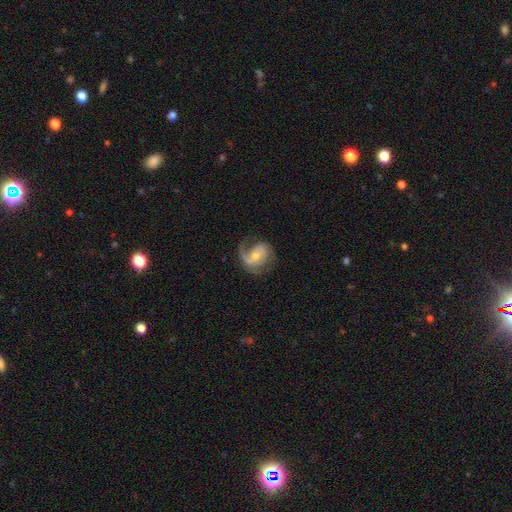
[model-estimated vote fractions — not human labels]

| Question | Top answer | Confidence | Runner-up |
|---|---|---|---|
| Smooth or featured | featured or disk | 79% | smooth (15%) |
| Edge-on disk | no | 98% | yes (2%) |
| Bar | no | 50% | weak (40%) |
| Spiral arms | yes | 94% | no (6%) |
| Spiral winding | medium | 46% | loose (30%) |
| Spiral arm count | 2 | 52% | 1 (36%) |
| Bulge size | moderate | 56% | small (36%) |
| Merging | none | 60% | minor disturbance (21%) |